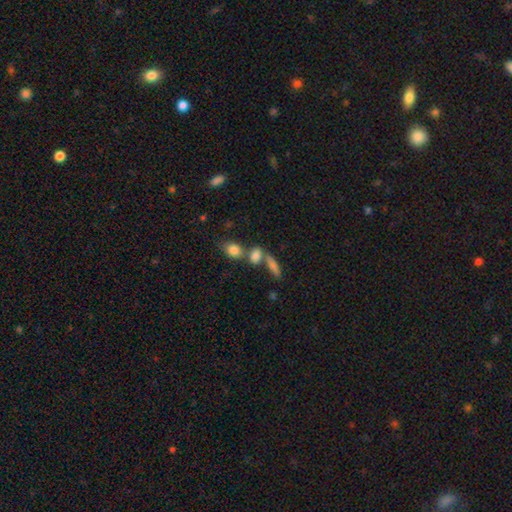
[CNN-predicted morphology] This appears to be a smooth galaxy with no disk features (79%) that is in between round and cigar-shaped (64%). Merging: none (44%).